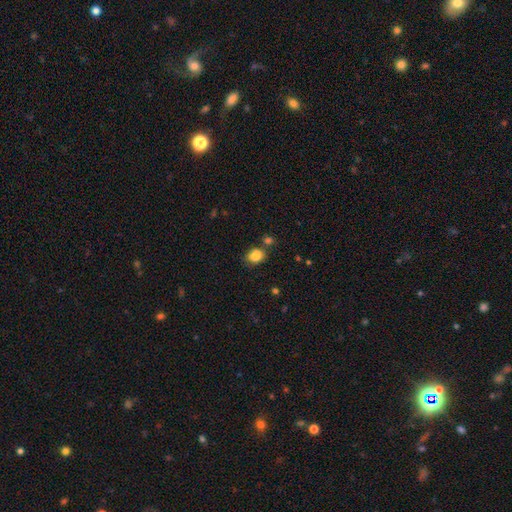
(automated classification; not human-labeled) This appears to be a smooth galaxy with no disk features (83%) that is in between round and cigar-shaped (60%). Merging: none (61%).